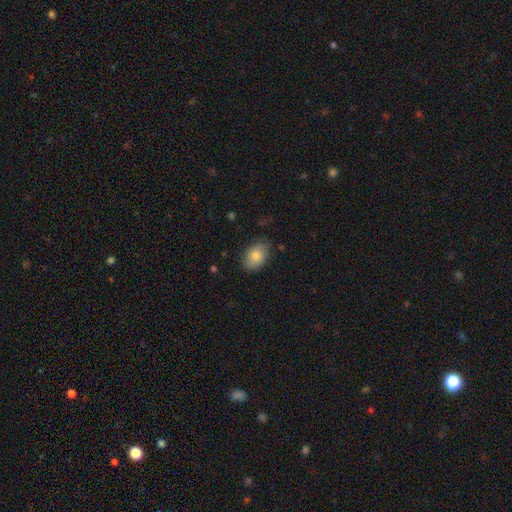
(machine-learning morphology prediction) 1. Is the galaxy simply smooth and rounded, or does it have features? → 81% smooth, 12% featured or disk, 8% star or artifact.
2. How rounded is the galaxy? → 80% in between, 19% round, 1% cigar-shaped.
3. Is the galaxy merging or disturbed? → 73% none, 21% minor disturbance, 4% major disturbance, 1% merger.